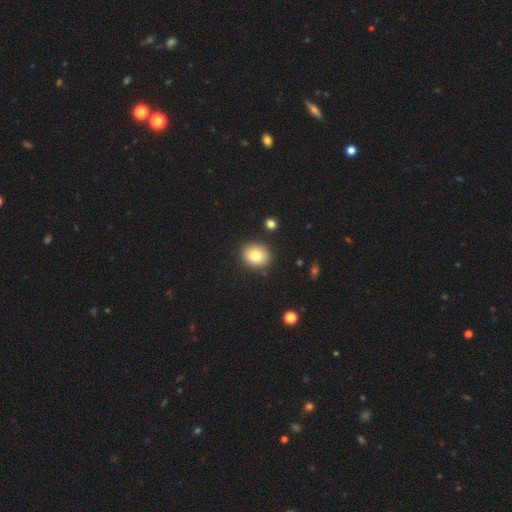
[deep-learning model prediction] Smooth or featured? smooth (80%)
How rounded? round (68%)
Merging? none (88%)